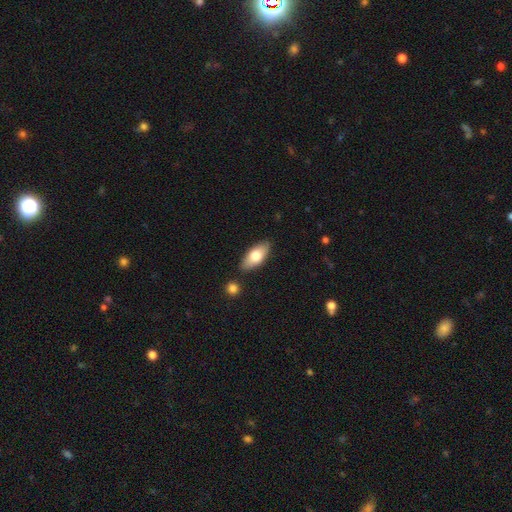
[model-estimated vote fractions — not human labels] smooth 74%, featured or disk 20%, star or artifact 6%. Down the decision tree: how rounded — in between (83%); merging — none (83%).